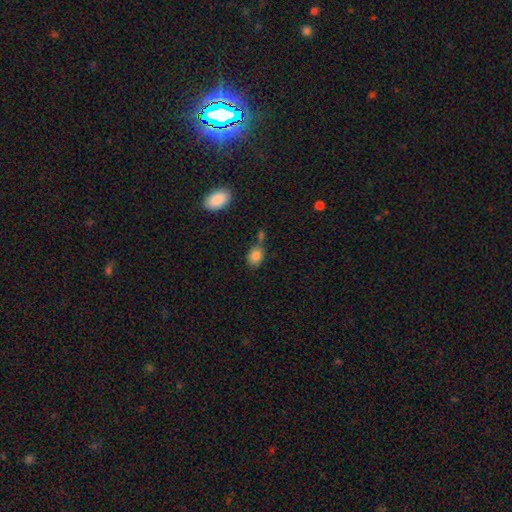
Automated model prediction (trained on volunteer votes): Smooth or featured? Predicted: smooth (p=0.82). How rounded? Predicted: in between (p=0.66). Merging? Predicted: none (p=0.53).